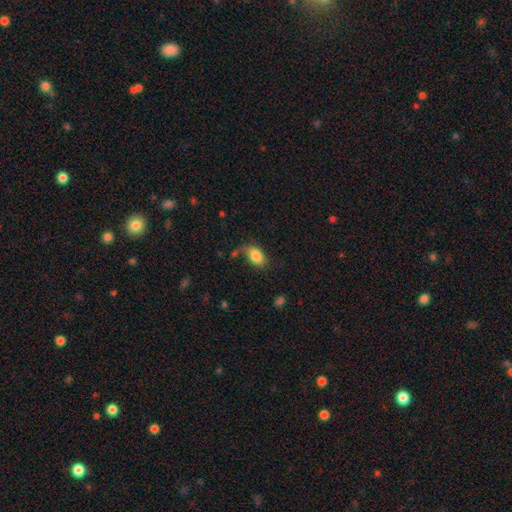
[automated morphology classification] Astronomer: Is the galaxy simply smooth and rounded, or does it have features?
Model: smooth — 85%.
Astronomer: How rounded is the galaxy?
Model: in between — 91%.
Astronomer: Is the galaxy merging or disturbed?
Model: none — 66%.